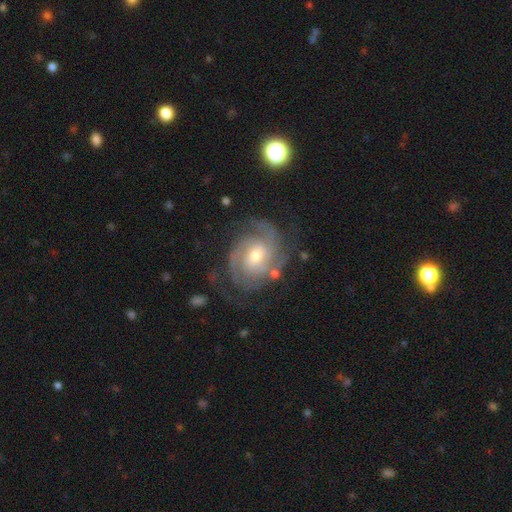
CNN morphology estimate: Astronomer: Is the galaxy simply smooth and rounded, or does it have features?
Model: featured or disk — 89%.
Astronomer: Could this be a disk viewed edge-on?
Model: no — 98%.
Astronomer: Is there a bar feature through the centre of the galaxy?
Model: no — 58% (runner-up: weak, 35%).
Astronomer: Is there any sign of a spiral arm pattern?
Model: yes — 97%.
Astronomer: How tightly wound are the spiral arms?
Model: tight — 61%.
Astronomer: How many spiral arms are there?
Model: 2 — 50%.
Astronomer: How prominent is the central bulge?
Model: moderate — 59% (runner-up: small, 35%).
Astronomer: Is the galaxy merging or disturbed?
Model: none — 70%.